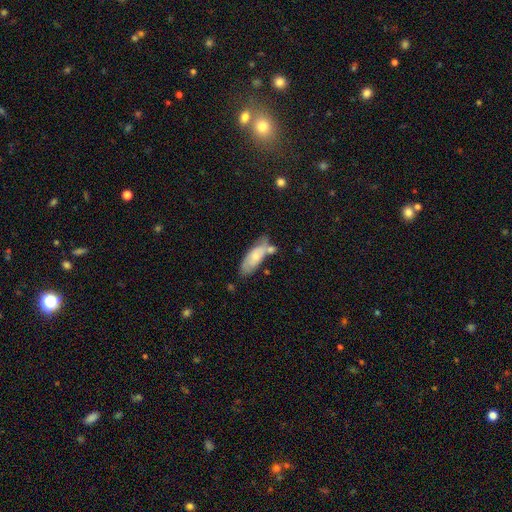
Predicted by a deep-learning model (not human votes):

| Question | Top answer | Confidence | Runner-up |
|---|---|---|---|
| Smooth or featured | smooth | 65% | featured or disk (29%) |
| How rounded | in between | 70% | cigar-shaped (28%) |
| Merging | none | 49% | minor disturbance (23%) |